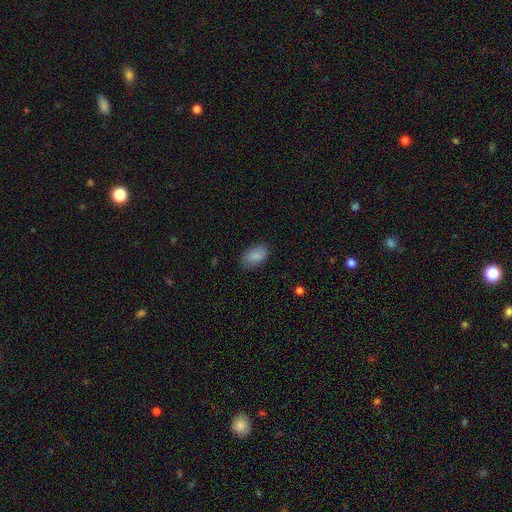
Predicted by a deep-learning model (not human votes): smooth-or-featured: smooth: 85% | star or artifact: 7% | featured or disk: 7%
  how-rounded: in between: 92% | round: 7% | cigar-shaped: 2%
  merging: none: 77% | minor disturbance: 18% | major disturbance: 4% | merger: 1%